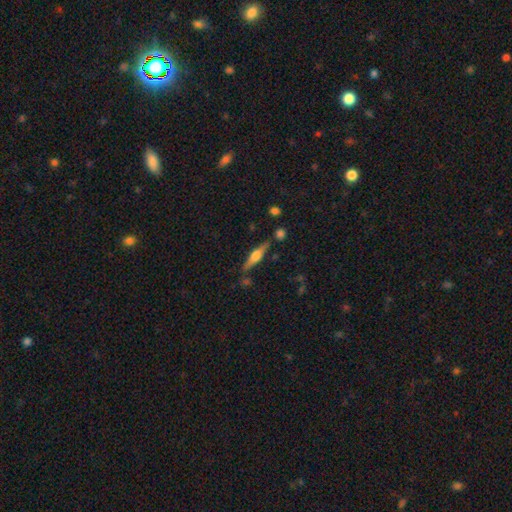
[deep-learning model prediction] A featured or disk galaxy (64%) viewed edge-on (96%) with a rounded central bulge (85%).

Vote fractions:
- Smooth or featured? featured or disk: 64% / smooth: 30% / star or artifact: 7%
- Edge-on disk? yes: 96% / no: 4%
- Edge-on bulge? rounded: 85% / boxy: 12% / none: 3%
- Merging? none: 80% / minor disturbance: 12% / merger: 5% / major disturbance: 3%